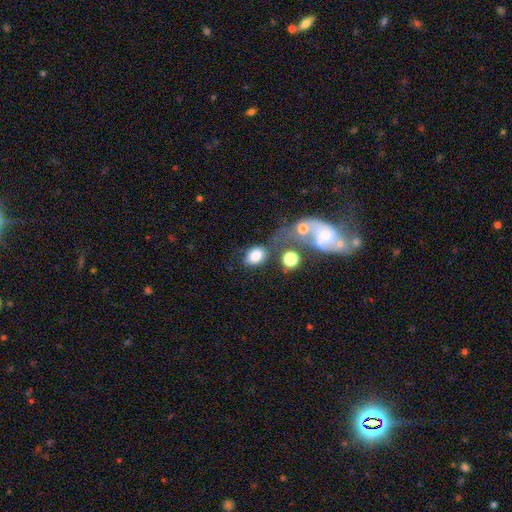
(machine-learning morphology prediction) smooth_or_featured: smooth (p=0.79) [alt: featured or disk p=0.11]
how_rounded: in between (p=0.74) [alt: round p=0.25]
merging: none (p=0.50) [alt: merger p=0.20]